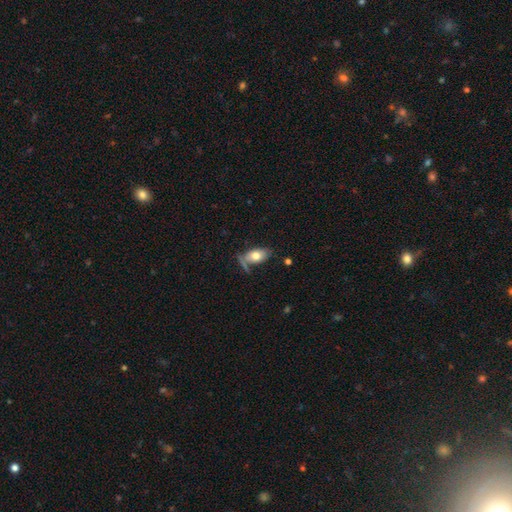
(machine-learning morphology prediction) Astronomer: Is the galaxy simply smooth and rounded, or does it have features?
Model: smooth — 71%.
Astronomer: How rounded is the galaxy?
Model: in between — 90%.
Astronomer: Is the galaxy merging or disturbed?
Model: none — 53%.